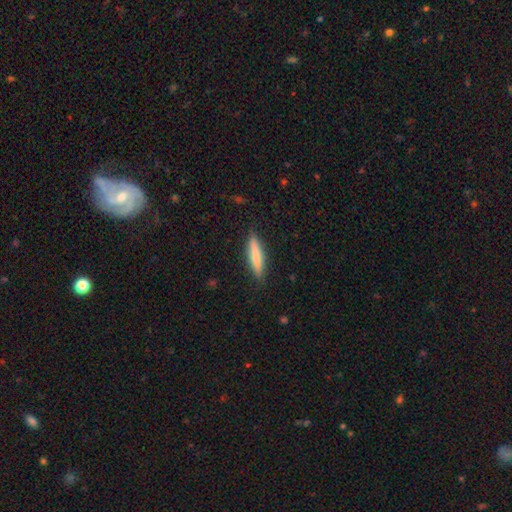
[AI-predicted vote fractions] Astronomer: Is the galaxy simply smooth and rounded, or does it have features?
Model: smooth — 74%.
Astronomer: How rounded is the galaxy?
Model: cigar-shaped — 85%.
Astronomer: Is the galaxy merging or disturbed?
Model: none — 88%.